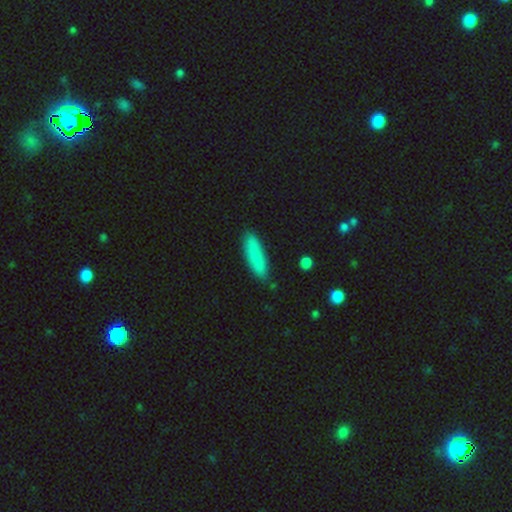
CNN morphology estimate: Smooth or featured: smooth — 85% (featured or disk — 9%)
How rounded: cigar-shaped — 66% (in between — 33%)
Merging: none — 85% (minor disturbance — 12%)